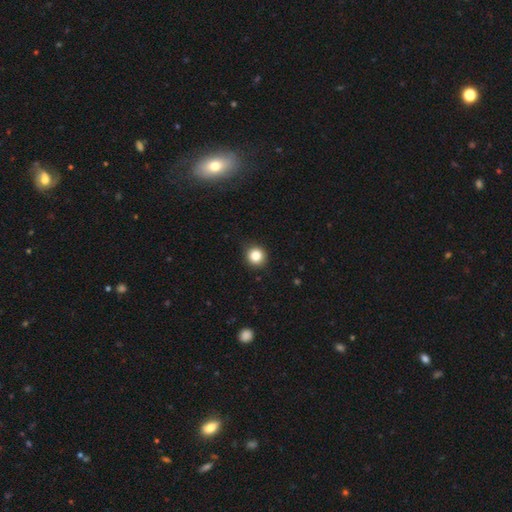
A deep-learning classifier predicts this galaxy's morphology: Smooth or featured: smooth — 85% (star or artifact — 11%)
How rounded: round — 90% (in between — 9%)
Merging: none — 85% (minor disturbance — 11%)